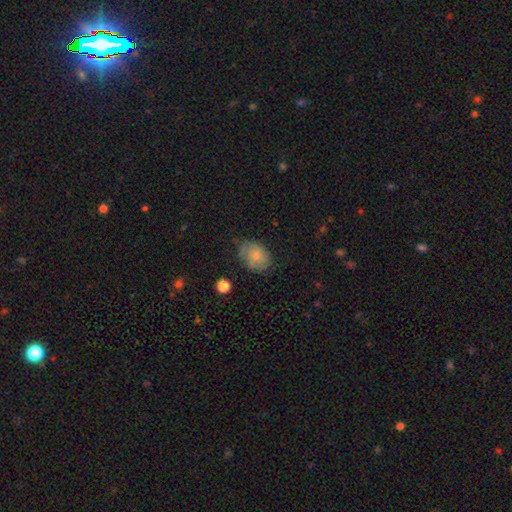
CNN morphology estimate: smooth 66%, featured or disk 26%, star or artifact 8%. Down the decision tree: how rounded — in between (61%); merging — none (62%).